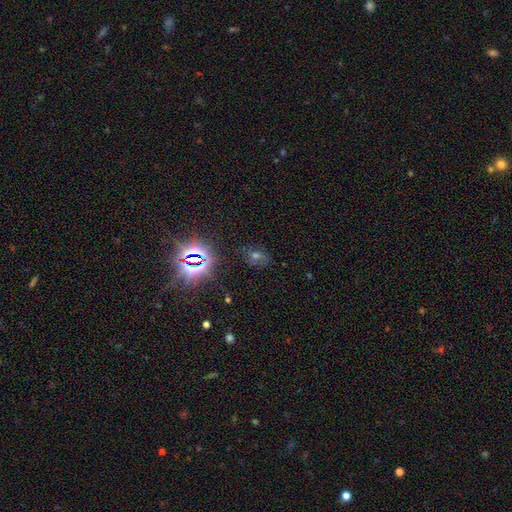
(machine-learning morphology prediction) star or artifact 52%, smooth 34%, featured or disk 14%.